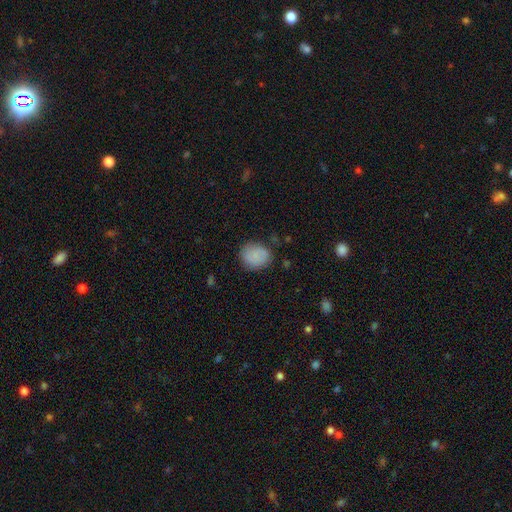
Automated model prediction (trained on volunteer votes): Overall: smooth (75%). How rounded: round (65%; in between 34%). Merging: none (75%).